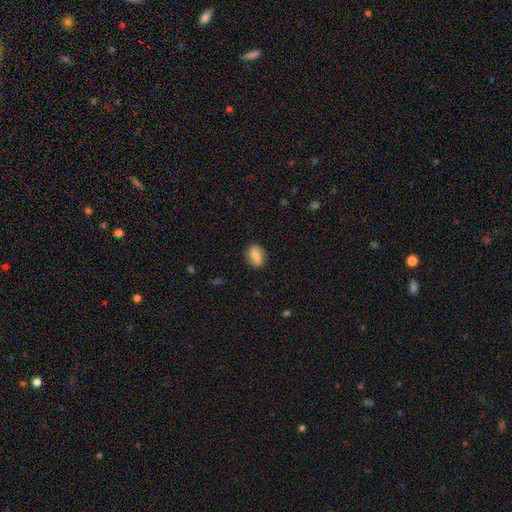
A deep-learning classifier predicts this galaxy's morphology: A smooth galaxy with no disk features (68%) that is in between round and cigar-shaped (68%).

Vote fractions:
- Smooth or featured? smooth: 68% / featured or disk: 24% / star or artifact: 8%
- How rounded? in between: 68% / round: 29% / cigar-shaped: 3%
- Merging? none: 83% / minor disturbance: 12% / major disturbance: 3% / merger: 1%